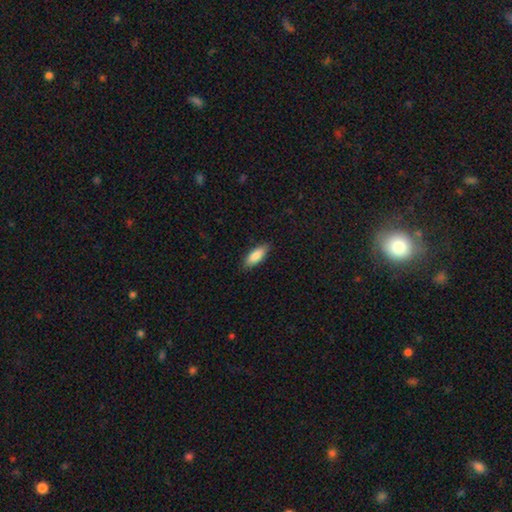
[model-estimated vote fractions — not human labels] This is clearly a smooth galaxy (86%). How rounded: likely in between (71%). Merging: clearly none (87%).